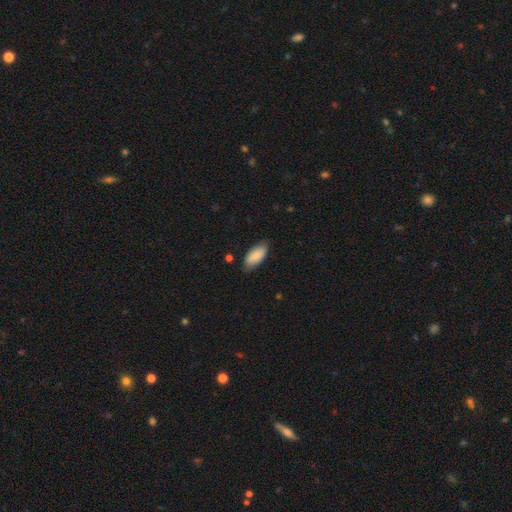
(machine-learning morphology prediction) The model was most divided on "merging": none: 77%, minor disturbance: 18%, major disturbance: 3%, merger: 1%. More confident: how rounded — in between (90%); smooth or featured — smooth (85%).